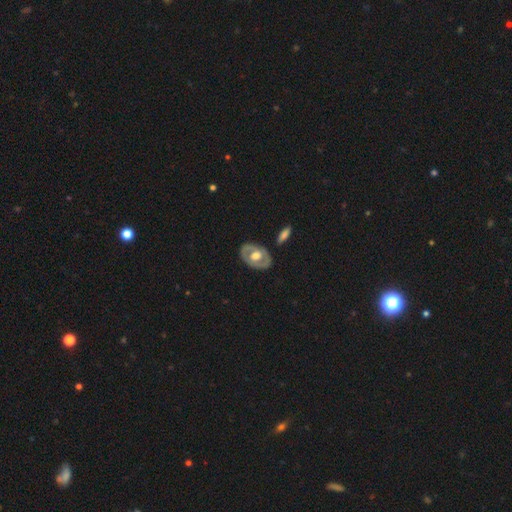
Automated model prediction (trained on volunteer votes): The model was most divided on "spiral arms": no: 62%, yes: 38%. More confident: edge-on disk — no (93%); merging — none (79%); bar — no (66%); smooth or featured — featured or disk (66%); bulge size — moderate (62%).